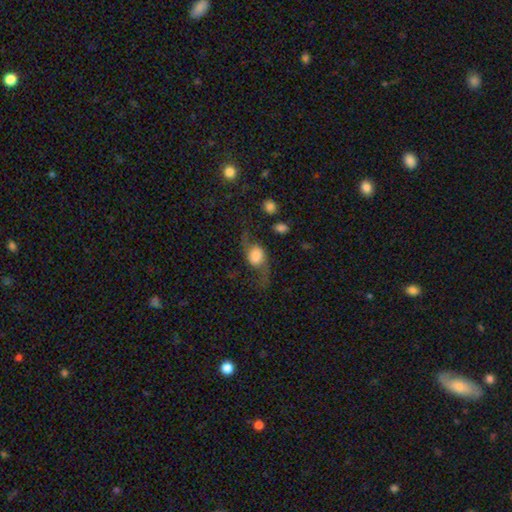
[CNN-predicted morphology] type=featured or disk (50%); edge-on=no (80%); merging=none (50%).